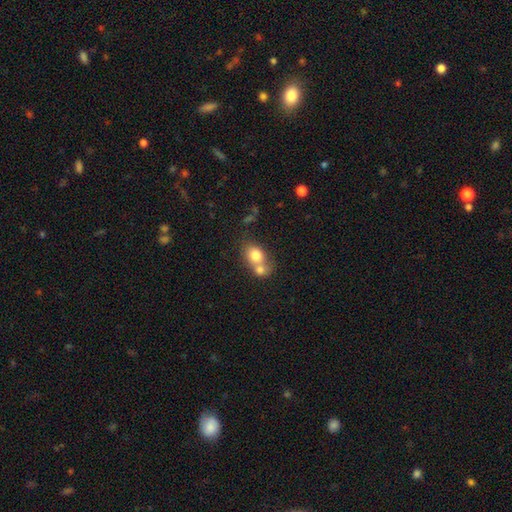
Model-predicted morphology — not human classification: Smooth or featured? smooth (75%)
How rounded? in between (52%)
Merging? merger (62%)